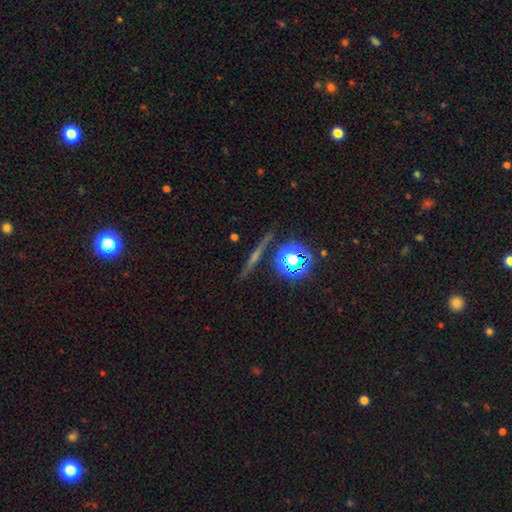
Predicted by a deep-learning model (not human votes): A featured or disk galaxy (51%) viewed edge-on (94%).

Vote fractions:
- Smooth or featured? featured or disk: 51% / star or artifact: 26% / smooth: 23%
- Edge-on disk? yes: 94% / no: 6%
- Merging? none: 88% / minor disturbance: 7% / merger: 3% / major disturbance: 2%